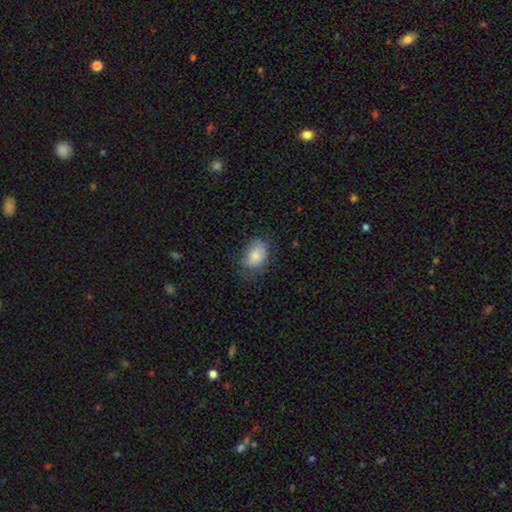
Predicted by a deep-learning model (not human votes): Smooth or featured?
  - smooth: 83% *
  - featured or disk: 9%
  - star or artifact: 8%
How rounded?
  - in between: 81% *
  - round: 18%
  - cigar-shaped: 1%
Merging?
  - none: 65% *
  - minor disturbance: 25%
  - major disturbance: 9%
  - merger: 1%